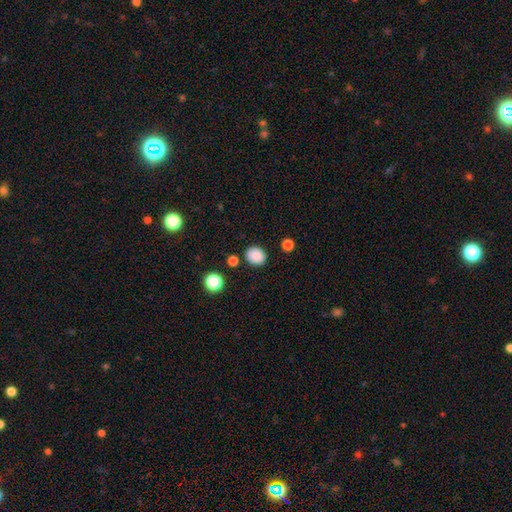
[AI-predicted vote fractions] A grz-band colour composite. It shows a smooth galaxy with no disk features (86%) that is round (62%). Merging: none (85%).